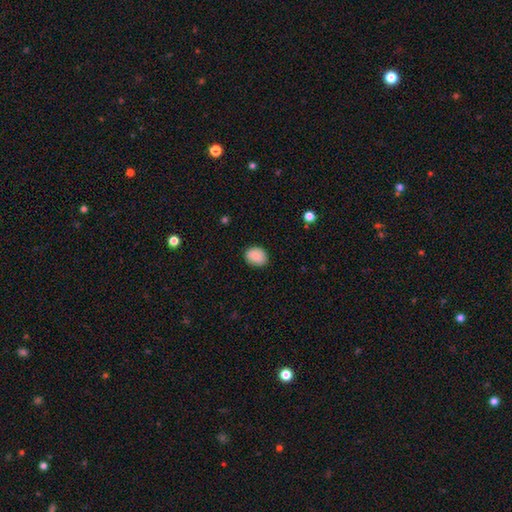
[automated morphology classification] A smooth galaxy with no disk features (88%) that is in between round and cigar-shaped (50%). Merging: none (83%).